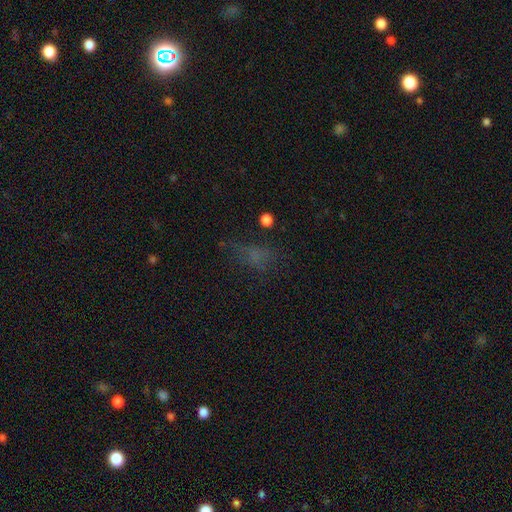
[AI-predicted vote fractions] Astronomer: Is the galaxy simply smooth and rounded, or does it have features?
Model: smooth — 51% (runner-up: star or artifact, 30%).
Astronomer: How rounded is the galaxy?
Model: in between — 69%.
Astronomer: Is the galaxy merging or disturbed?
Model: none — 51%.